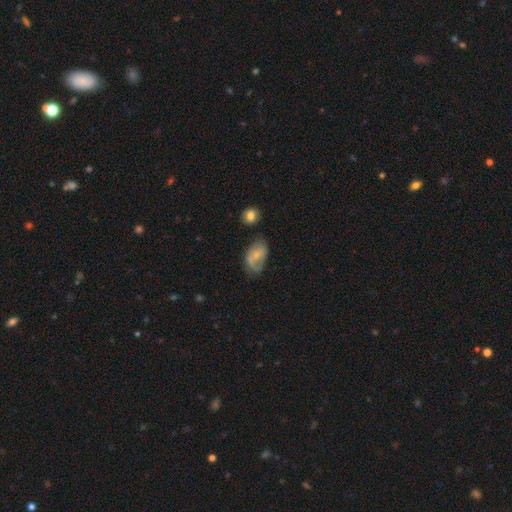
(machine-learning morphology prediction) Q: Smooth or featured?
A: smooth (49%); runner-up: featured or disk (43%)
Q: Merging?
A: none (39%); runner-up: minor disturbance (30%)